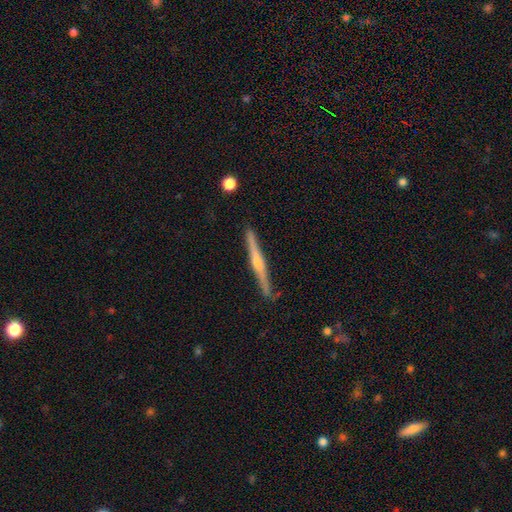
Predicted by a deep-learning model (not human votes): Morphology: type=featured or disk (72%); edge-on=yes (98%); edge-on bulge=rounded (66%); merging=none (89%).